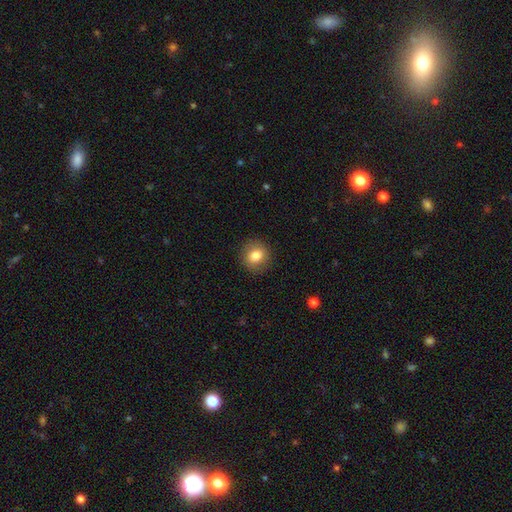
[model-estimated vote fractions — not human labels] smooth_or_featured: smooth (p=0.81) [alt: star or artifact p=0.10]
how_rounded: round (p=0.84) [alt: in between p=0.15]
merging: none (p=0.89) [alt: minor disturbance p=0.07]